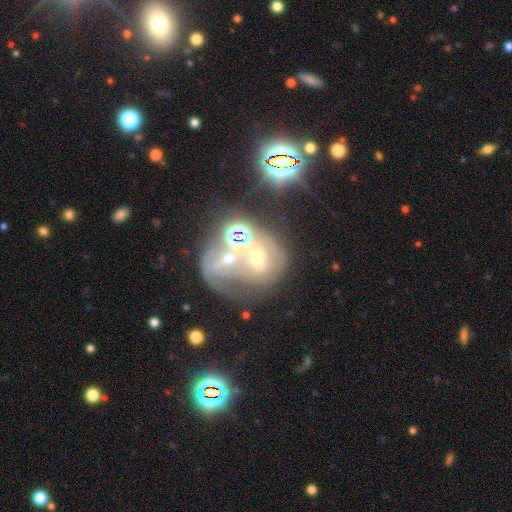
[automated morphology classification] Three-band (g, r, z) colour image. It shows a featured or disk galaxy (44%). Merging: merger (53%).